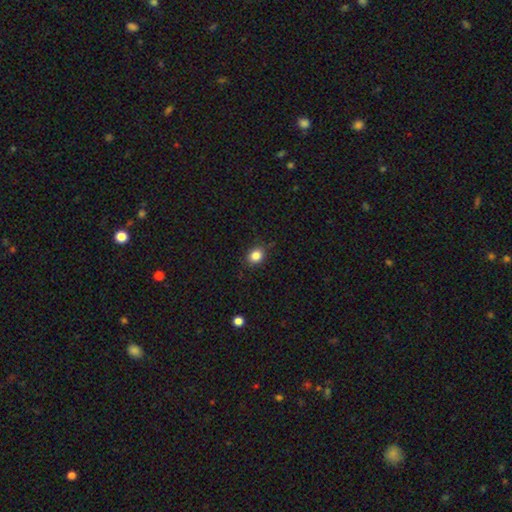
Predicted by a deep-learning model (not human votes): Smooth or featured? Predicted: smooth (p=0.85). How rounded? Predicted: round (p=0.59). Merging? Predicted: none (p=0.84).